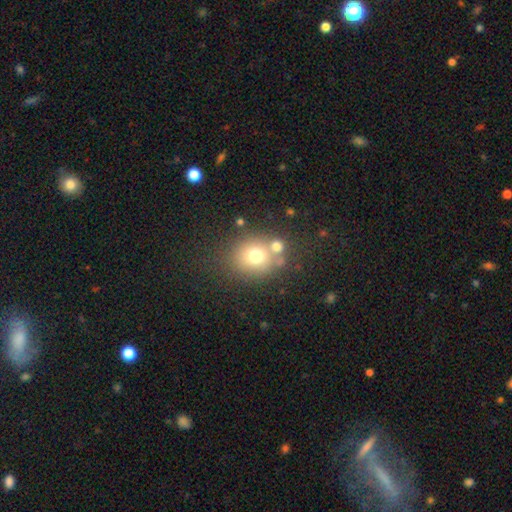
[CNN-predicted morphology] Smooth or featured? Predicted: smooth (p=0.70). How rounded? Predicted: round (p=0.78). Merging? Predicted: none (p=0.60).